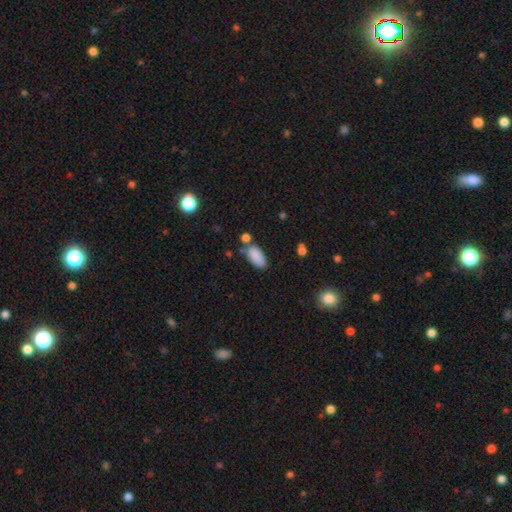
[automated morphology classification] smooth_or_featured: smooth (p=0.87) [alt: star or artifact p=0.08]
how_rounded: in between (p=0.92) [alt: cigar-shaped p=0.06]
merging: none (p=0.66) [alt: minor disturbance p=0.16]